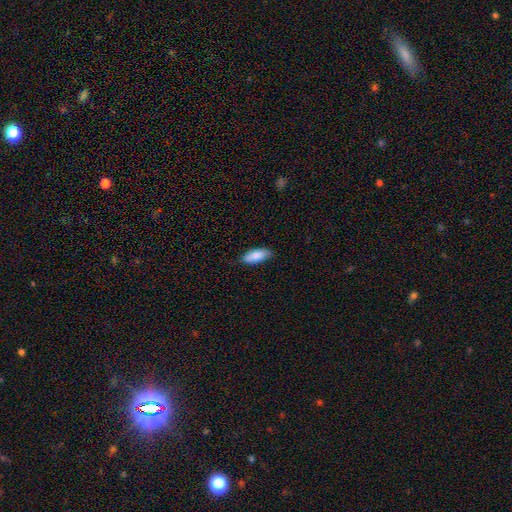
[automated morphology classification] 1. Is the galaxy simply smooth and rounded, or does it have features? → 85% smooth, 9% featured or disk, 6% star or artifact.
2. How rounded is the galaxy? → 78% in between, 20% cigar-shaped, 2% round.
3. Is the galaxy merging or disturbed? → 81% none, 15% minor disturbance, 2% major disturbance, 1% merger.